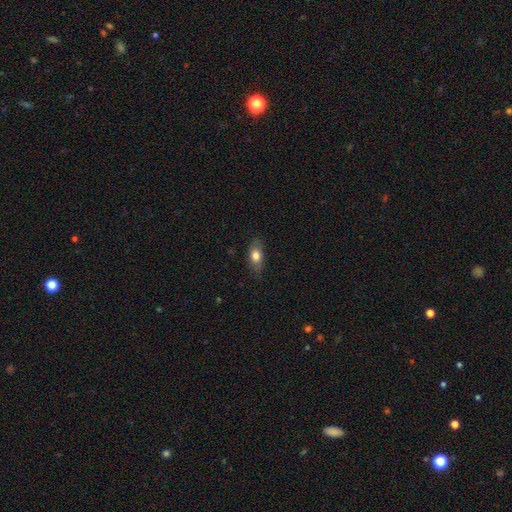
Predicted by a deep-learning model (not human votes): The model was most divided on "smooth or featured": smooth: 75%, featured or disk: 18%, star or artifact: 7%. More confident: how rounded — in between (81%); merging — none (80%).